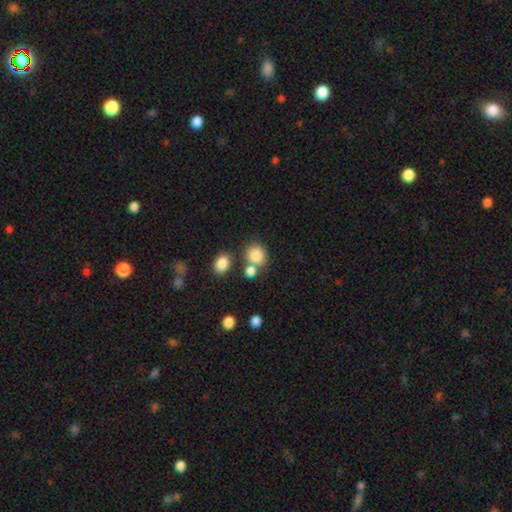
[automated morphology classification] Q: Smooth or featured?
A: smooth (83%); runner-up: star or artifact (10%)
Q: How rounded?
A: round (75%); runner-up: in between (24%)
Q: Merging?
A: none (61%); runner-up: merger (24%)